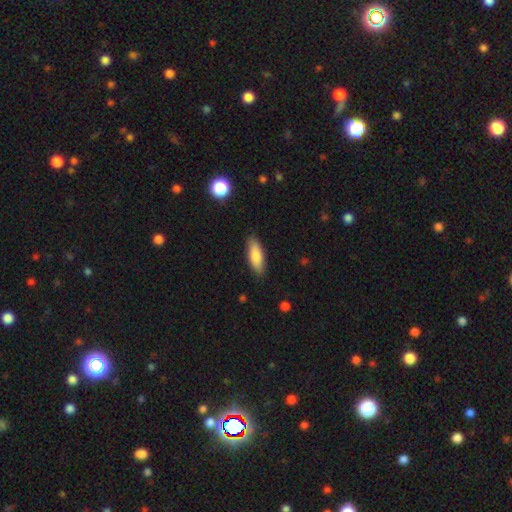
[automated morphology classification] Smooth or featured? smooth (82%)
How rounded? in between (62%)
Merging? none (86%)